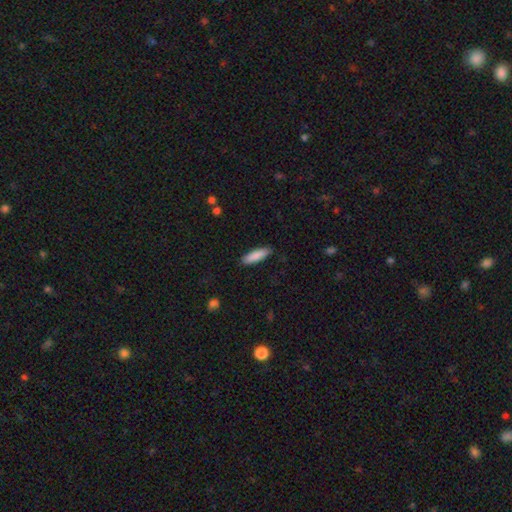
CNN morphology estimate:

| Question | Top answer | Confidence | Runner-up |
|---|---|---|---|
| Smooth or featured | smooth | 87% | featured or disk (8%) |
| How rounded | cigar-shaped | 62% | in between (37%) |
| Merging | none | 89% | minor disturbance (8%) |